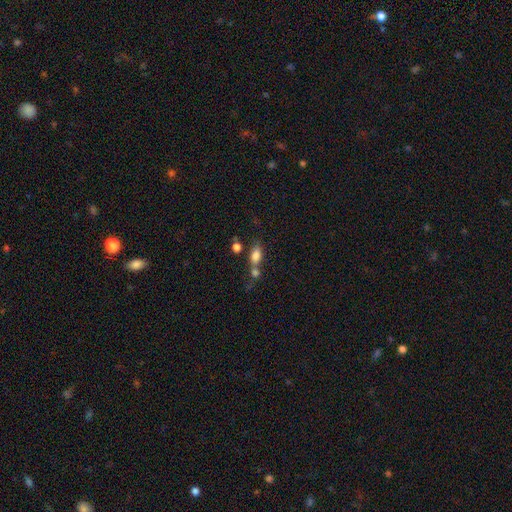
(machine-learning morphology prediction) smooth-or-featured: smooth: 77% | featured or disk: 11% | star or artifact: 11%
  how-rounded: in between: 81% | round: 10% | cigar-shaped: 9%
  merging: none: 41% | merger: 39% | minor disturbance: 13% | major disturbance: 7%